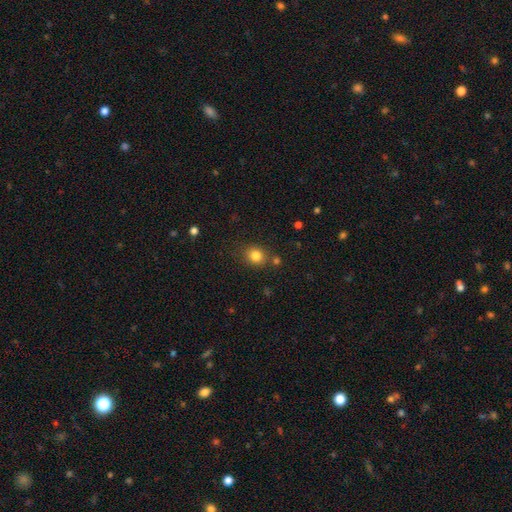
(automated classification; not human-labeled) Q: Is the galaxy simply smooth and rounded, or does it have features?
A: smooth — 82%.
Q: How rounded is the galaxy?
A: round — 70%.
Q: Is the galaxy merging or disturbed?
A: none — 77%.